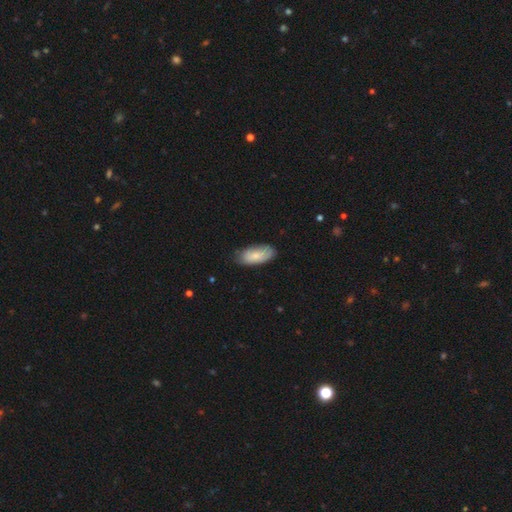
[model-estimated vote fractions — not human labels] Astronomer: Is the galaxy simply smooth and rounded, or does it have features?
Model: smooth — 80%.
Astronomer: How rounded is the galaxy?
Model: in between — 90%.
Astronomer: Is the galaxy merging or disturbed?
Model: none — 76%.